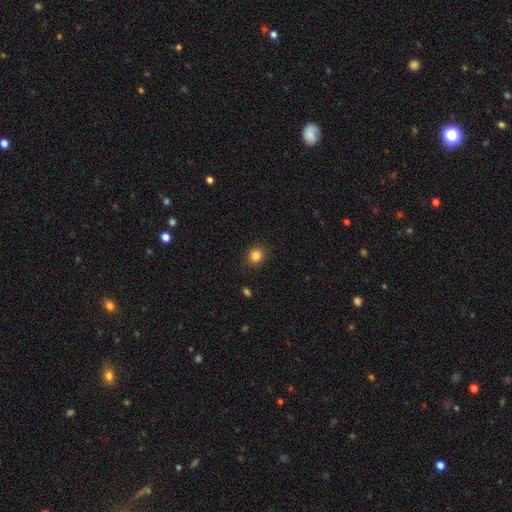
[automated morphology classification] smooth-or-featured: smooth: 84% | star or artifact: 11% | featured or disk: 5%
  how-rounded: round: 75% | in between: 24% | cigar-shaped: 1%
  merging: none: 87% | minor disturbance: 9% | major disturbance: 2% | merger: 1%